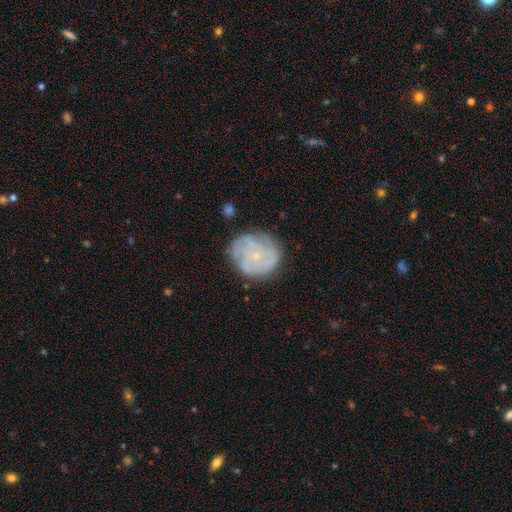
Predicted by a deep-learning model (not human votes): A featured or disk galaxy (65%) with no bar (83%), spiral arms (79%) and a small central bulge (80%).

Vote fractions:
- Smooth or featured? featured or disk: 65% / smooth: 27% / star or artifact: 8%
- Edge-on disk? no: 98% / yes: 2%
- Bar? no: 83% / weak: 14% / strong: 2%
- Spiral arms? yes: 79% / no: 21%
- Bulge size? small: 80% / moderate: 12% / none: 6% / large: 1% / dominant: 1%
- Merging? none: 74% / minor disturbance: 18% / major disturbance: 7% / merger: 2%